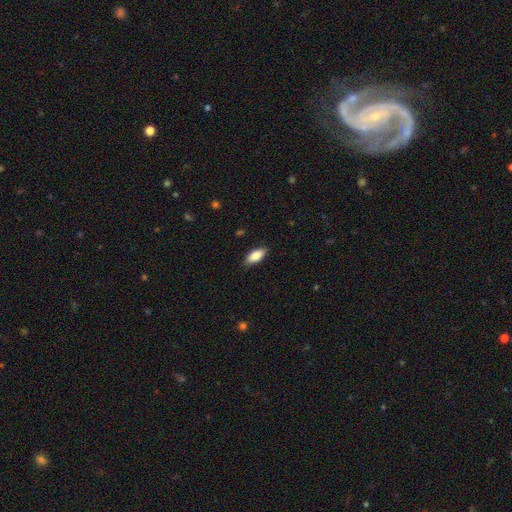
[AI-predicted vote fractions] A smooth galaxy with no disk features (84%) that is in between round and cigar-shaped (84%).

Vote fractions:
- Smooth or featured? smooth: 84% / featured or disk: 10% / star or artifact: 6%
- How rounded? in between: 84% / cigar-shaped: 14% / round: 2%
- Merging? none: 86% / minor disturbance: 11% / major disturbance: 2% / merger: 1%